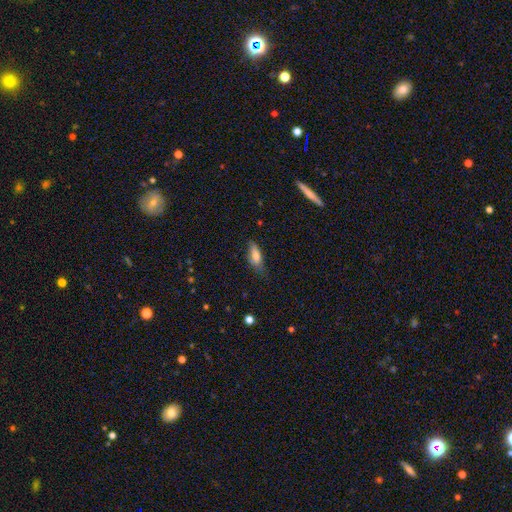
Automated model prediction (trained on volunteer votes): Morphology: type=smooth (74%); roundness=in between (64%); merging=none (66%).